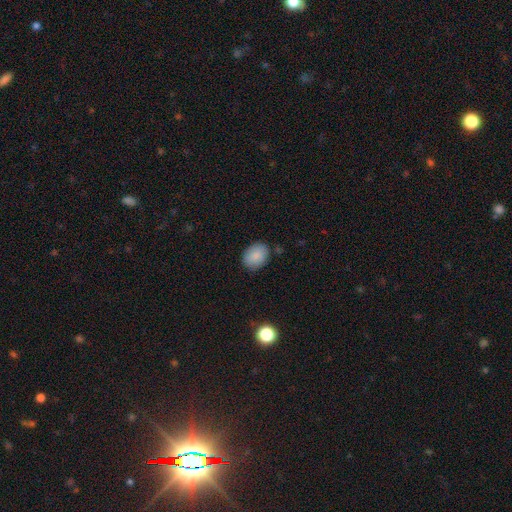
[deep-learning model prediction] smooth 88%, star or artifact 8%, featured or disk 5%. Down the decision tree: how rounded — in between (69%); merging — none (84%).